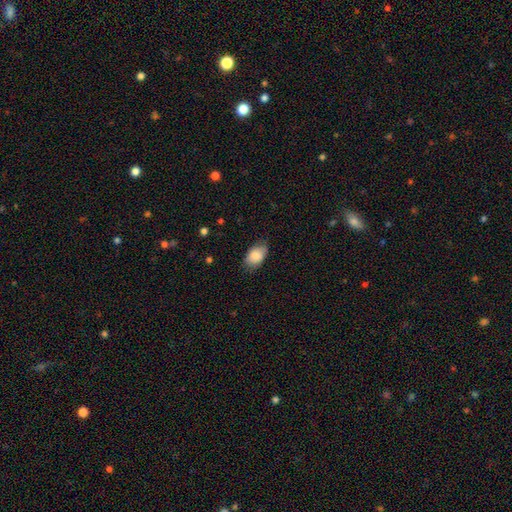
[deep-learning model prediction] Smooth or featured: smooth — 86% (featured or disk — 8%)
How rounded: in between — 89% (round — 9%)
Merging: none — 73% (minor disturbance — 22%)